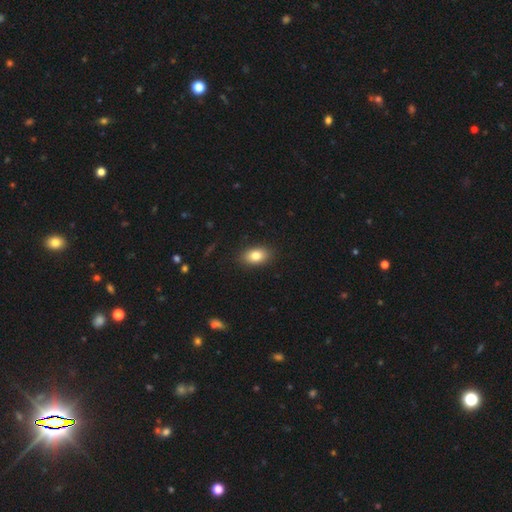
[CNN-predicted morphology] Overall: smooth (82%). How rounded: in between (87%). Merging: none (89%).